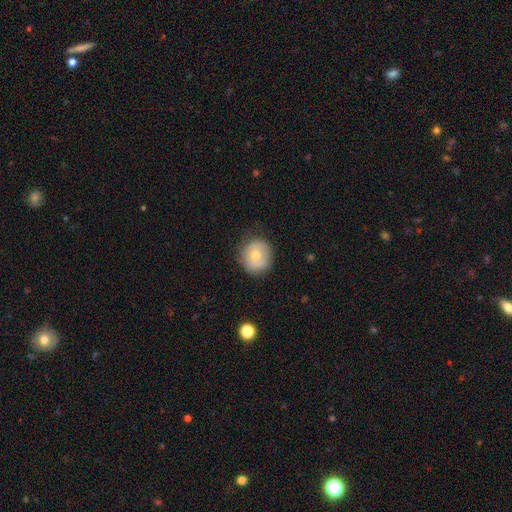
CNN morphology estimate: Smooth or featured? smooth (64%)
How rounded? round (89%)
Merging? none (78%)